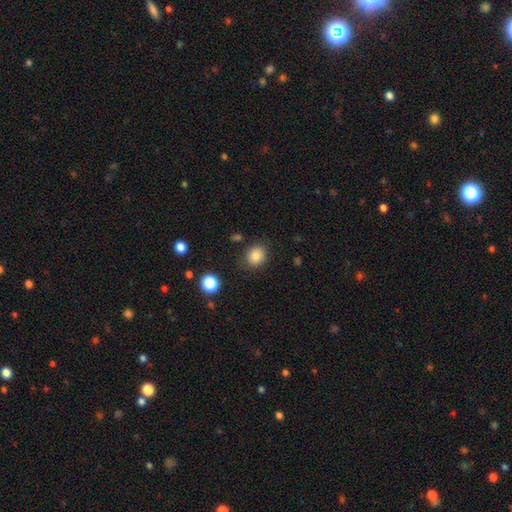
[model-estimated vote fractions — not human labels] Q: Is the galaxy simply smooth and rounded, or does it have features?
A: smooth — 84%.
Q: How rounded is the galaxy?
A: round — 66%.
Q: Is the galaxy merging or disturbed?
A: none — 83%.